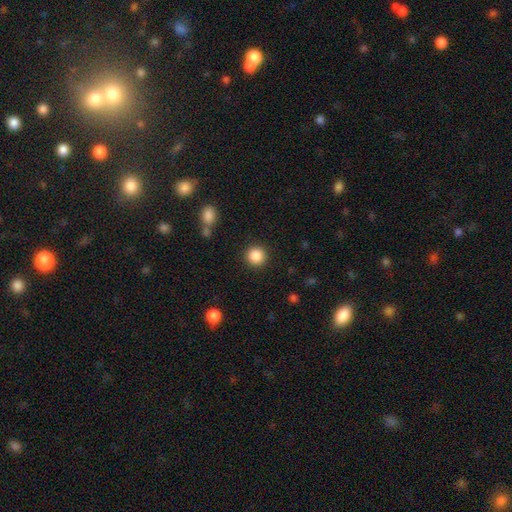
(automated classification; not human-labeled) Smooth or featured: smooth — 87% (star or artifact — 10%)
How rounded: round — 94% (in between — 5%)
Merging: none — 90% (minor disturbance — 6%)